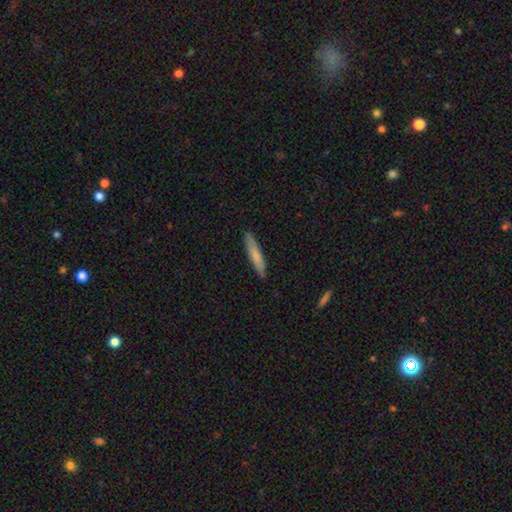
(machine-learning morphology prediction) smooth 73%, featured or disk 21%, star or artifact 5%. Down the decision tree: how rounded — cigar-shaped (91%); merging — none (88%).